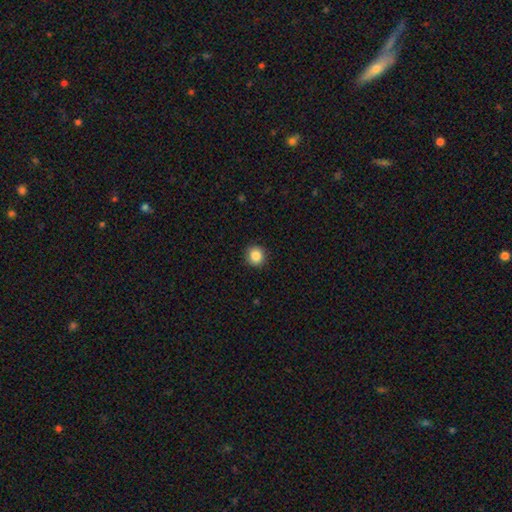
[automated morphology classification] This appears to be a smooth galaxy with no disk features (87%) that is round (91%). Merging: none (91%).